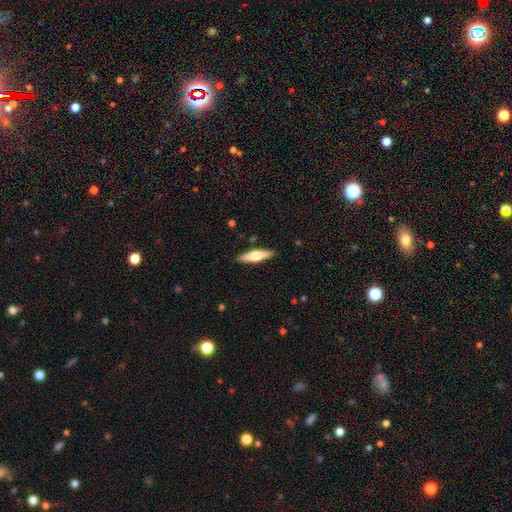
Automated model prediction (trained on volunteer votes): A featured or disk galaxy (47%, tied with smooth).

Vote fractions:
- Smooth or featured? featured or disk: 47% (tied) / smooth: 47% (tied) / star or artifact: 5%
- Merging? none: 89% / minor disturbance: 8% / major disturbance: 2% / merger: 1%